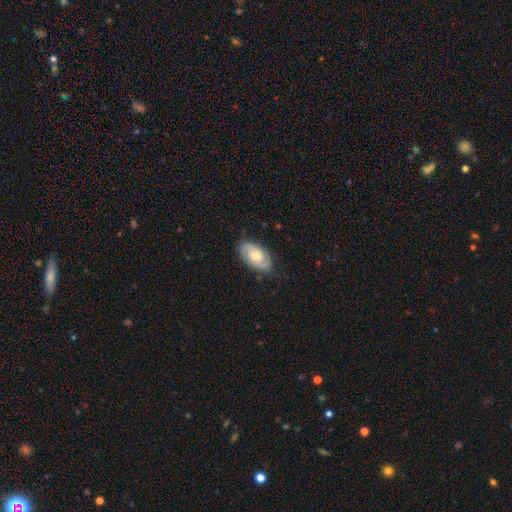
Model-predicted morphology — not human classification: smooth-or-featured: featured or disk: 72% | smooth: 22% | star or artifact: 6%
  disk-edge-on: no: 96% | yes: 4%
    bar: no: 60% | weak: 34% | strong: 6%
    has-spiral-arms: yes: 93% | no: 7%
      spiral-winding: tight: 48% | medium: 41% | loose: 11%
      spiral-arm-count: 2: 85% | can't tell: 9% | 3: 2% | 1: 2% | 4: 1% | more than 4: 1%
    bulge-size: moderate: 48% | small: 42% | large: 4% | none: 3% | dominant: 1%
  merging: none: 83% | minor disturbance: 13% | major disturbance: 3% | merger: 1%